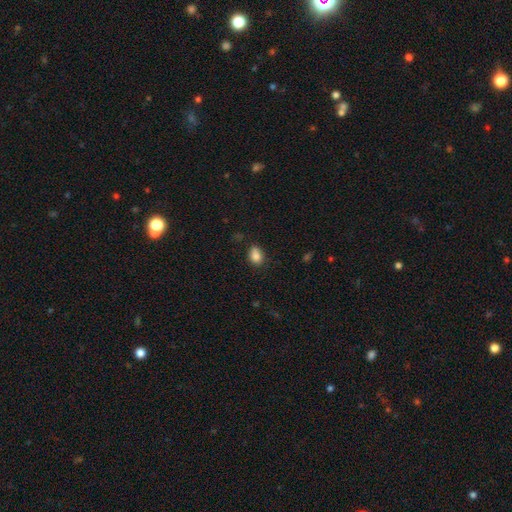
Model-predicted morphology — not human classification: A smooth galaxy with no disk features (83%) that is in between round and cigar-shaped (64%). Merging: none (63%).